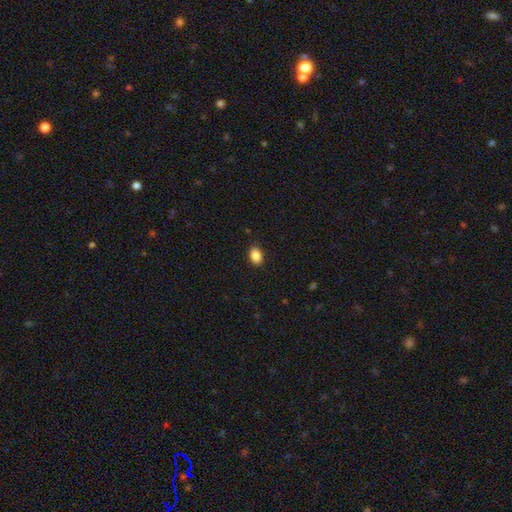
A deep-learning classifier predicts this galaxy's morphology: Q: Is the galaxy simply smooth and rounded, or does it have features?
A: smooth — 87%.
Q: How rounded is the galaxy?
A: in between — 79%.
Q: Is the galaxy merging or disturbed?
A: none — 89%.